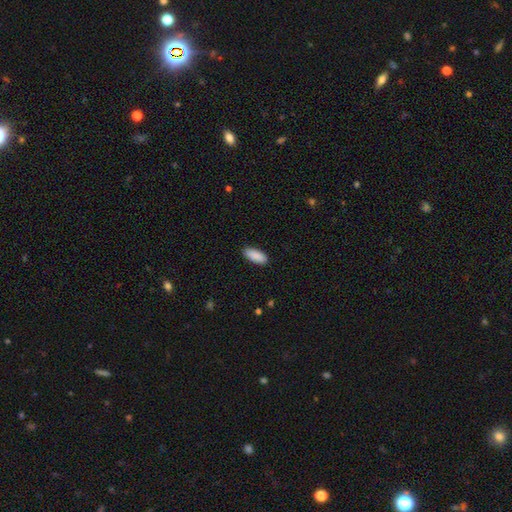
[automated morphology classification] Smooth or featured? smooth (91%)
How rounded? in between (84%)
Merging? none (89%)